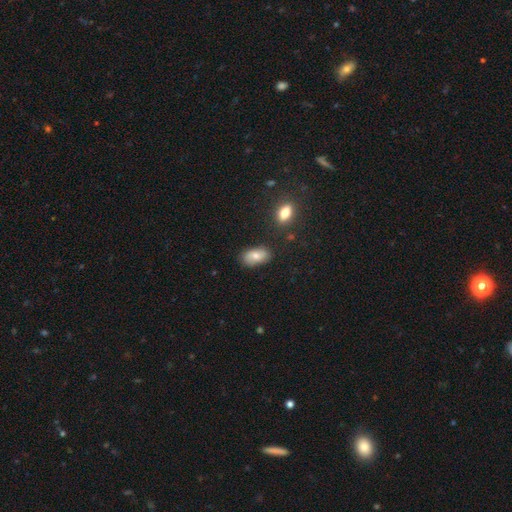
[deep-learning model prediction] A smooth galaxy with no disk features (73%) that is in between round and cigar-shaped (92%).

Vote fractions:
- Smooth or featured? smooth: 73% / featured or disk: 19% / star or artifact: 8%
- How rounded? in between: 92% / round: 5% / cigar-shaped: 3%
- Merging? none: 78% / minor disturbance: 15% / merger: 3% / major disturbance: 3%